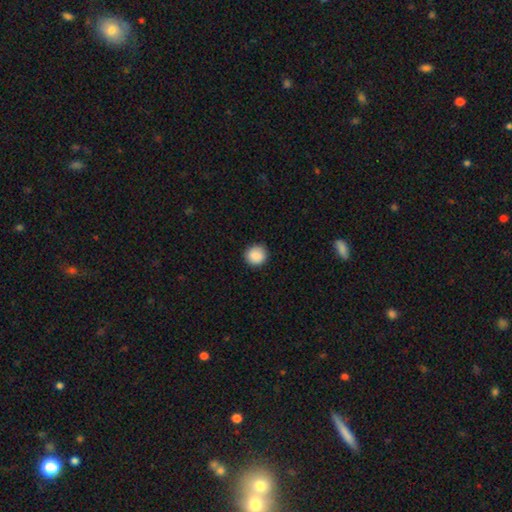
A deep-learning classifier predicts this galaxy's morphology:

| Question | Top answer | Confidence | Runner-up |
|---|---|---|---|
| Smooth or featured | smooth | 89% | star or artifact (8%) |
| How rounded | round | 91% | in between (8%) |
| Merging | none | 90% | minor disturbance (7%) |